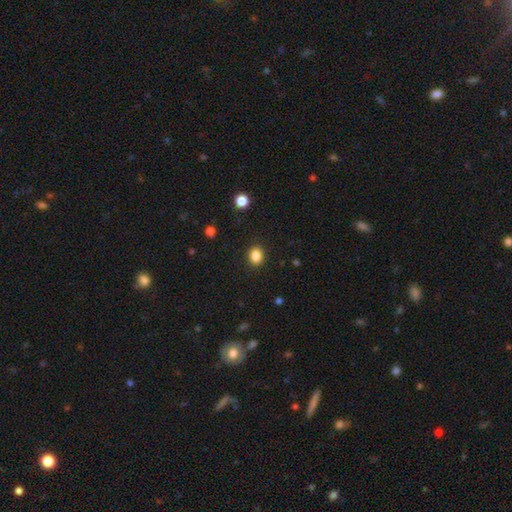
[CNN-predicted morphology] smooth-or-featured: smooth: 85% | star or artifact: 10% | featured or disk: 4%
  how-rounded: in between: 50% | round: 49% | cigar-shaped: 1%
  merging: none: 90% | minor disturbance: 7% | major disturbance: 2% | merger: 1%